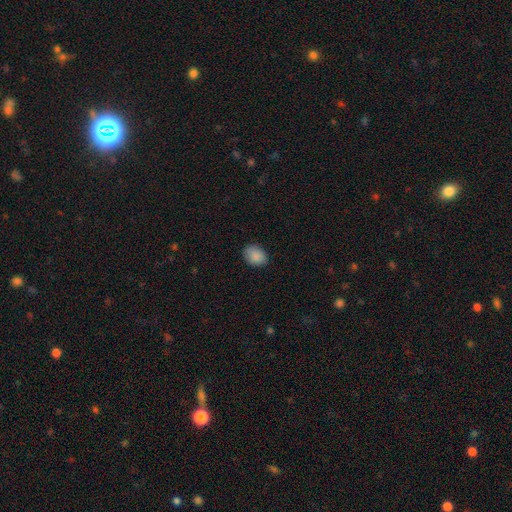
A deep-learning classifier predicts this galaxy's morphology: This appears to be a smooth galaxy with no disk features (88%) that is in between round and cigar-shaped (59%). Merging: none (82%).